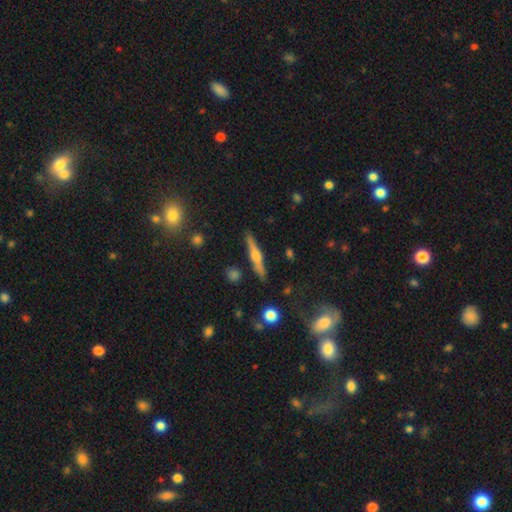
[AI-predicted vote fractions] Smooth or featured?
  - featured or disk: 70% *
  - smooth: 23%
  - star or artifact: 7%
Edge-on disk?
  - yes: 97% *
  - no: 3%
Edge-on bulge?
  - rounded: 90% *
  - boxy: 6%
  - none: 4%
Merging?
  - none: 88% *
  - minor disturbance: 8%
  - merger: 2%
  - major disturbance: 2%